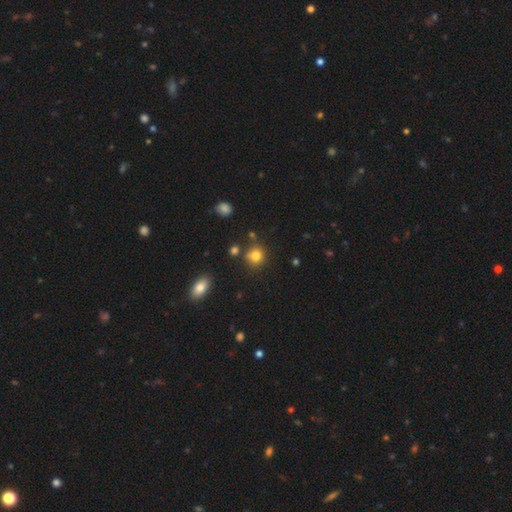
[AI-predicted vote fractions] Q: Smooth or featured?
A: smooth (81%); runner-up: star or artifact (13%)
Q: How rounded?
A: round (87%); runner-up: in between (12%)
Q: Merging?
A: none (79%); runner-up: minor disturbance (11%)